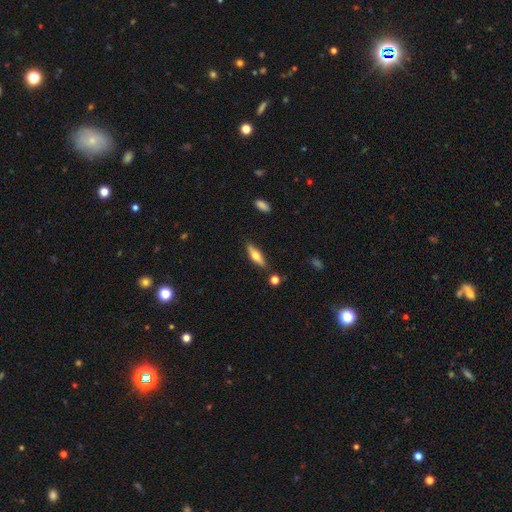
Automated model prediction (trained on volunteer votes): Morphology: type=smooth (56%); roundness=cigar-shaped (56%); merging=none (83%).